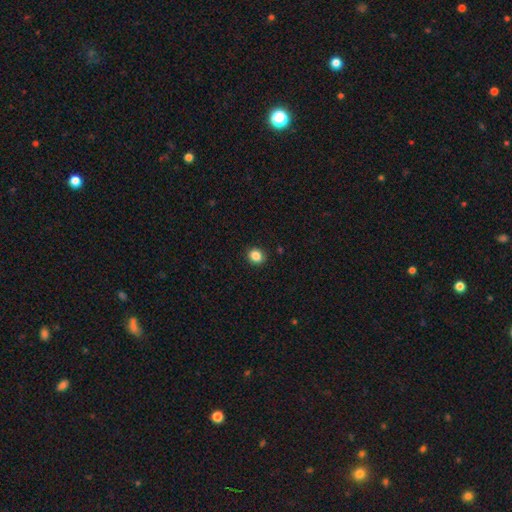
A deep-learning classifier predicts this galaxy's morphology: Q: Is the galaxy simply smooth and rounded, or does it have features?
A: smooth — 86%.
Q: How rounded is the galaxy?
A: round — 75%.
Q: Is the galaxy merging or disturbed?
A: none — 91%.